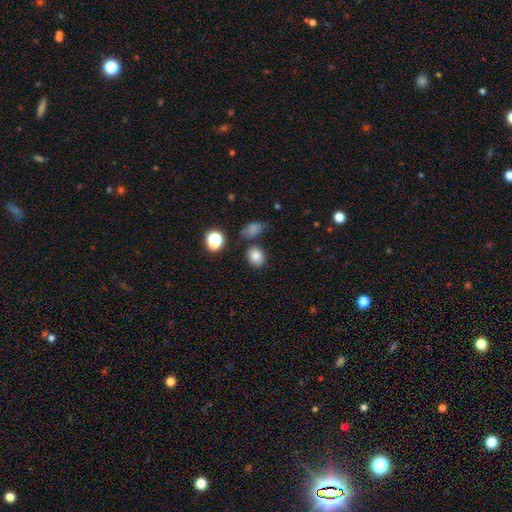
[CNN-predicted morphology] The model was most divided on "how rounded": round: 62%, in between: 37%, cigar-shaped: 1%. More confident: smooth or featured — smooth (80%); merging — none (75%).